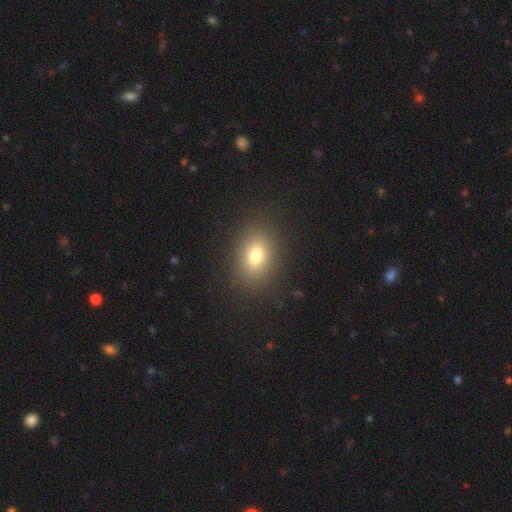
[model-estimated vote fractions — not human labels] A smooth galaxy with no disk features (78%) that is in between round and cigar-shaped (65%). Merging: none (88%).